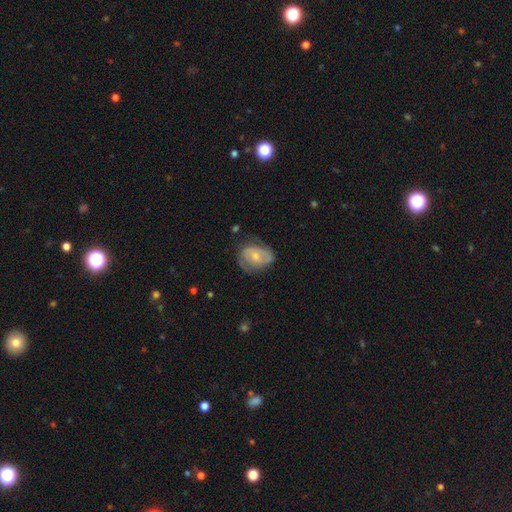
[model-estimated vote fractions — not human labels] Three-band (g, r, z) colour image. It shows a featured or disk galaxy (63%) with no bar (49%), spiral arms (78%) and a moderate central bulge (48%). Merging: none (60%).